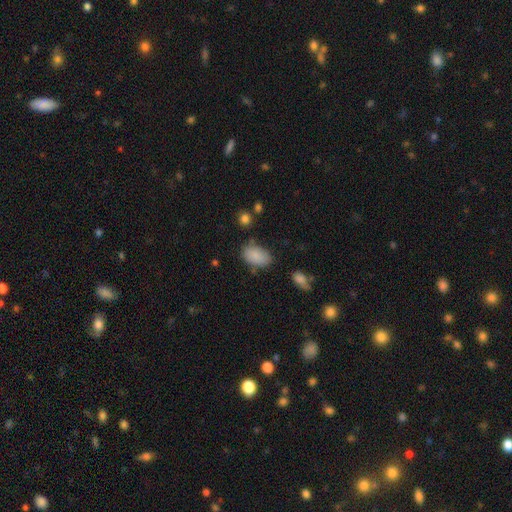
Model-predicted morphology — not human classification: type=smooth (86%); roundness=in between (91%); merging=none (69%).